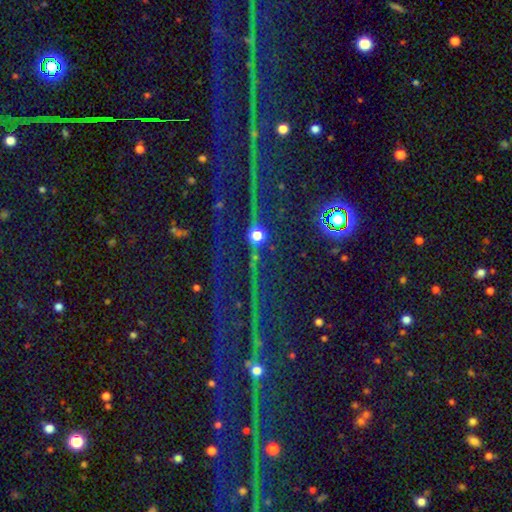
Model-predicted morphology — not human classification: Smooth or featured? star or artifact (85%)